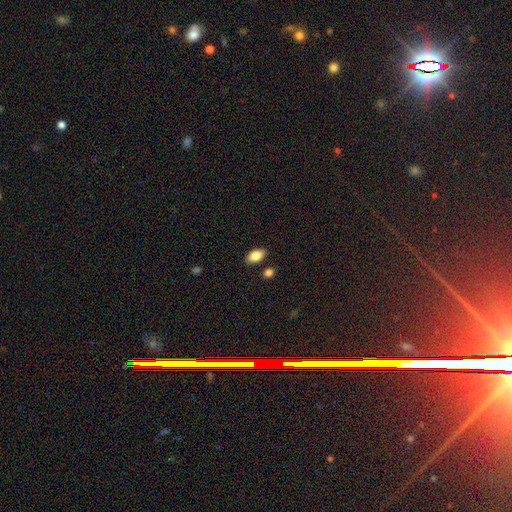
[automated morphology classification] Smooth or featured: smooth — 86% (star or artifact — 7%)
How rounded: in between — 93% (round — 6%)
Merging: none — 84% (minor disturbance — 9%)